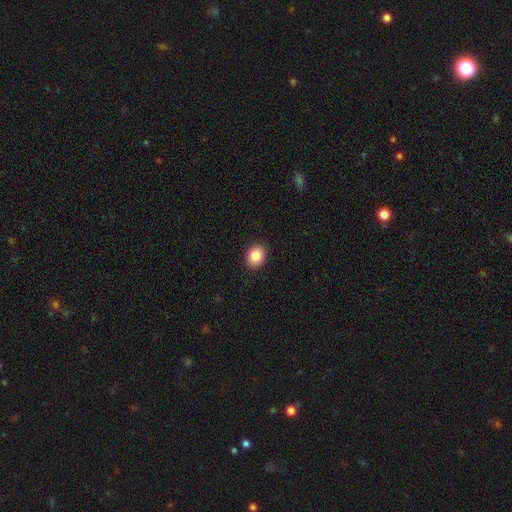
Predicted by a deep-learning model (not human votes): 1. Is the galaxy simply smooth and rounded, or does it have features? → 86% smooth, 9% star or artifact, 5% featured or disk.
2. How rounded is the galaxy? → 50% in between, 49% round, 1% cigar-shaped.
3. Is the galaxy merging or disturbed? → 91% none, 7% minor disturbance, 2% major disturbance, 1% merger.